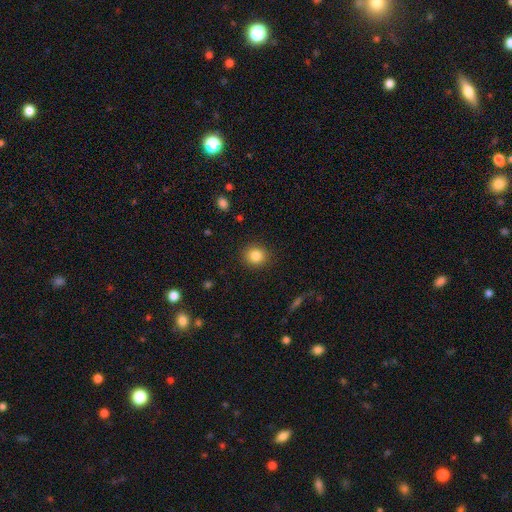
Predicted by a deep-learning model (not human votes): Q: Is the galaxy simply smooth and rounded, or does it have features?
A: smooth — 84%.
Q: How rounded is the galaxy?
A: round — 87%.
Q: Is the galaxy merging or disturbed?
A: none — 90%.